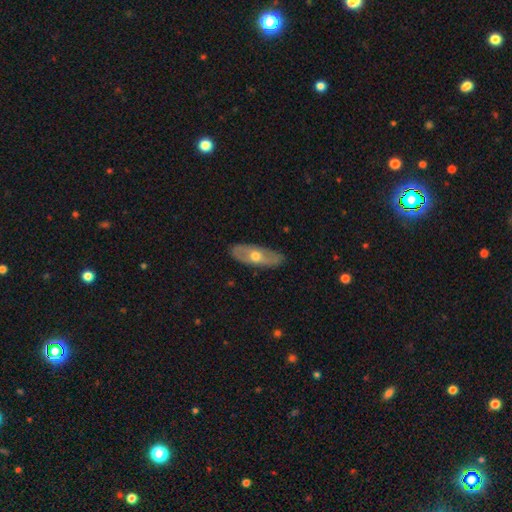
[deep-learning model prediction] A featured or disk galaxy (49%).

Vote fractions:
- Smooth or featured? featured or disk: 49% / smooth: 45% / star or artifact: 5%
- Merging? none: 84% / minor disturbance: 12% / major disturbance: 3% / merger: 1%